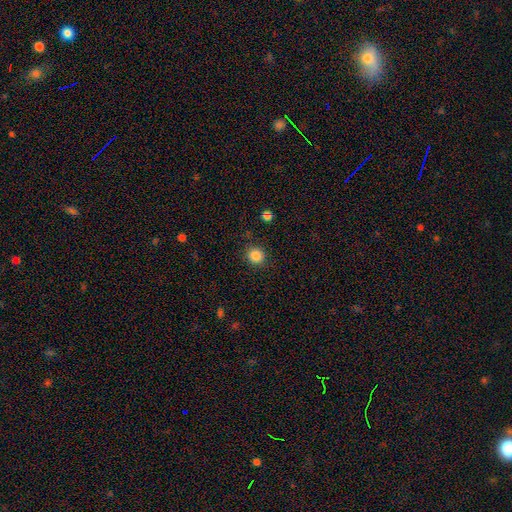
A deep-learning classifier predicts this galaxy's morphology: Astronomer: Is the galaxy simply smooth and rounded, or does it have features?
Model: smooth — 85%.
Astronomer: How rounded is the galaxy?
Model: round — 89%.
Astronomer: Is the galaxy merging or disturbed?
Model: none — 89%.